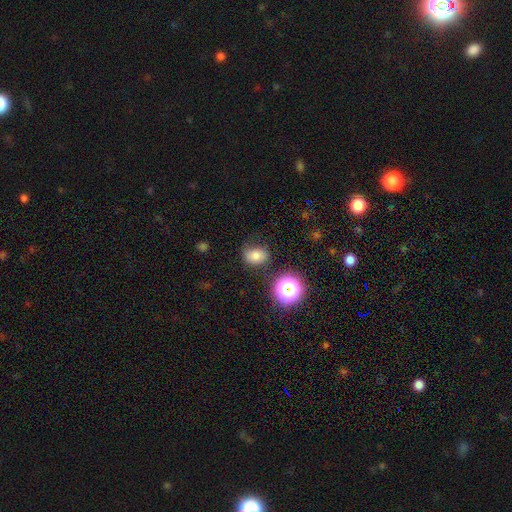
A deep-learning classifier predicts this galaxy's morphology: smooth 73%, star or artifact 17%, featured or disk 11%. Down the decision tree: how rounded — in between (54%); merging — none (69%).